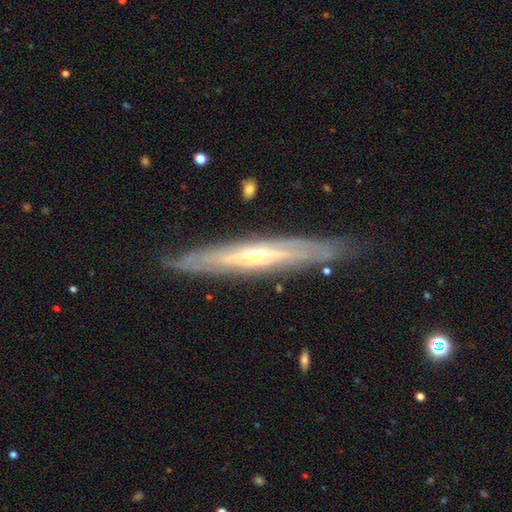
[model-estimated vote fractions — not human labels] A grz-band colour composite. It shows a featured or disk galaxy (80%) viewed edge-on (73%) with a rounded central bulge (72%). Merging: none (81%).